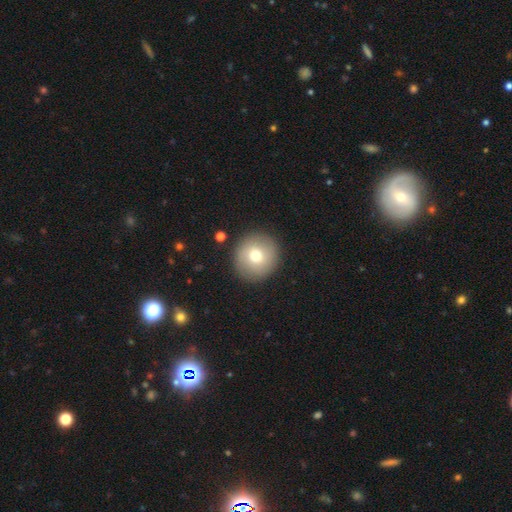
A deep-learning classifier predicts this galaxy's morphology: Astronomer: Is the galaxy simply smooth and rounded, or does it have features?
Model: smooth — 74%.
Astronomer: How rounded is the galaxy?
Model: round — 94%.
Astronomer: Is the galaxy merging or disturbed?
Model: none — 90%.